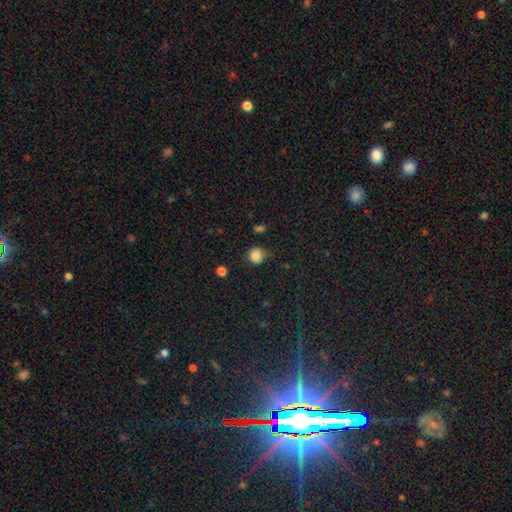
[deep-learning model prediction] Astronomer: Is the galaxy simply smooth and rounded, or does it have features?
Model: smooth — 85%.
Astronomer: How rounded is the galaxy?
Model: round — 89%.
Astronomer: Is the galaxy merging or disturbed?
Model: none — 68%.